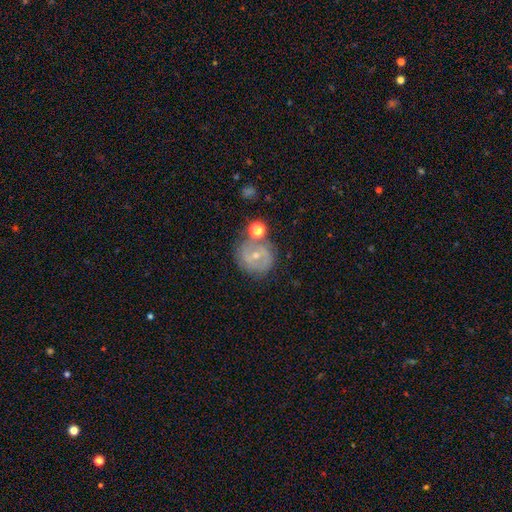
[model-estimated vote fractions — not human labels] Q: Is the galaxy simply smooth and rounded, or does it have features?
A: featured or disk — 61%.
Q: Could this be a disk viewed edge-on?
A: no — 97%.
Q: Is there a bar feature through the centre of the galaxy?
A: weak — 42%.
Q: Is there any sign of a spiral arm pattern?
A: yes — 70%.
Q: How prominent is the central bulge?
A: small — 60%.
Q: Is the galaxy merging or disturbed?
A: none — 65%.